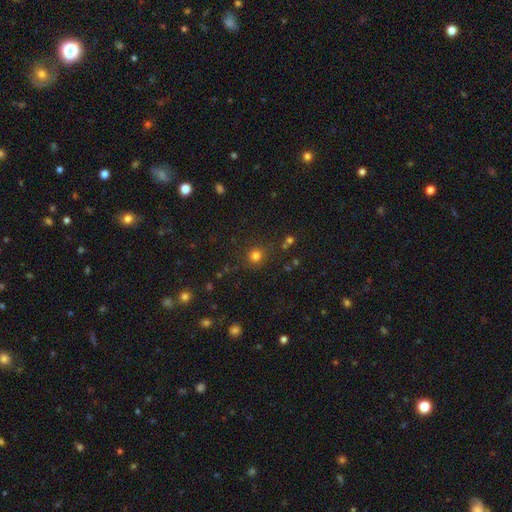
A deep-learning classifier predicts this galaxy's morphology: This appears to be a smooth galaxy with no disk features (77%) that is round (92%). Merging: none (84%).